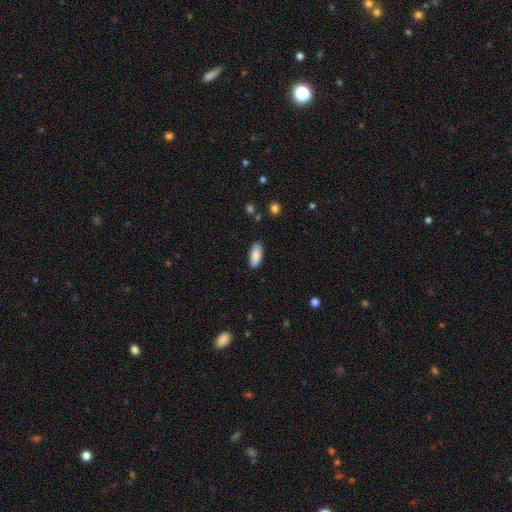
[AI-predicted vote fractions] Smooth or featured?
  - smooth: 86% *
  - featured or disk: 7%
  - star or artifact: 6%
How rounded?
  - in between: 87% *
  - cigar-shaped: 11%
  - round: 2%
Merging?
  - none: 86% *
  - minor disturbance: 10%
  - major disturbance: 2%
  - merger: 1%